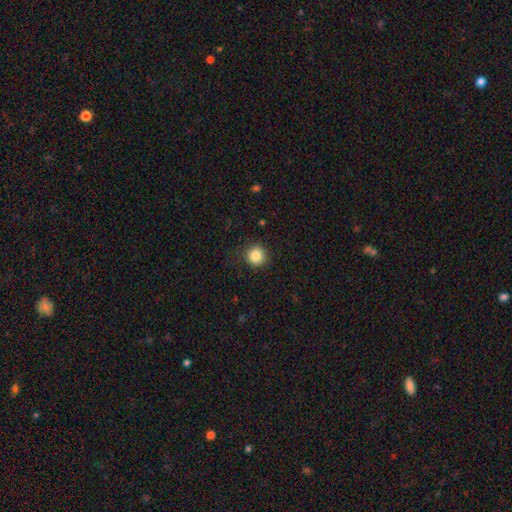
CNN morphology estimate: A smooth galaxy with no disk features (85%) that is round (94%). Merging: none (89%).